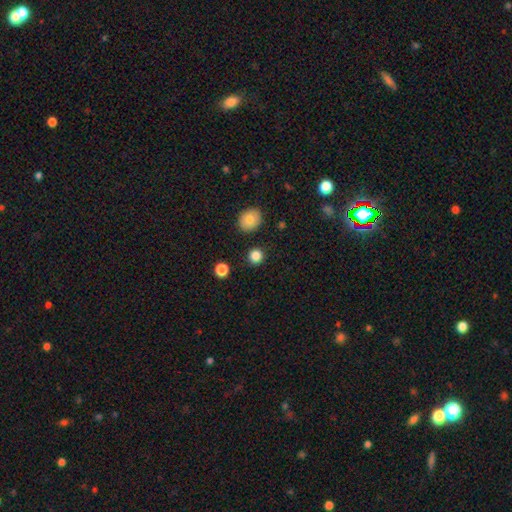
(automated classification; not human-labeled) Smooth or featured? smooth (84%)
How rounded? round (90%)
Merging? none (88%)